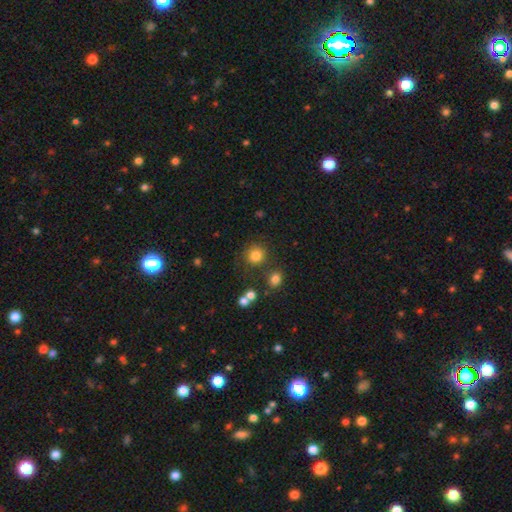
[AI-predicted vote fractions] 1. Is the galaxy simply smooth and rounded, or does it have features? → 81% smooth, 13% star or artifact, 6% featured or disk.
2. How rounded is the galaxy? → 89% round, 10% in between, 1% cigar-shaped.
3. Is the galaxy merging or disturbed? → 80% none, 9% minor disturbance, 7% merger, 4% major disturbance.